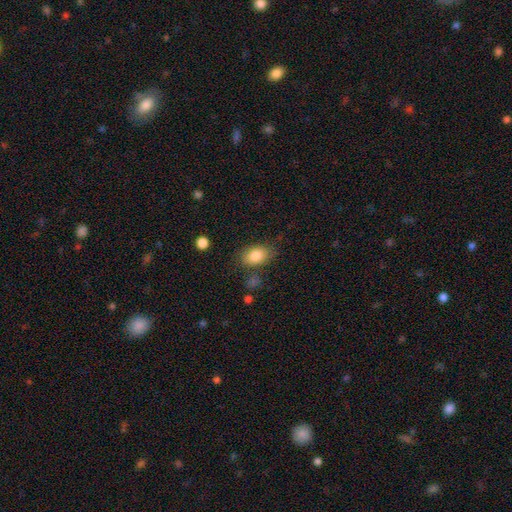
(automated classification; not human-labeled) Smooth or featured? smooth (84%)
How rounded? in between (85%)
Merging? none (75%)